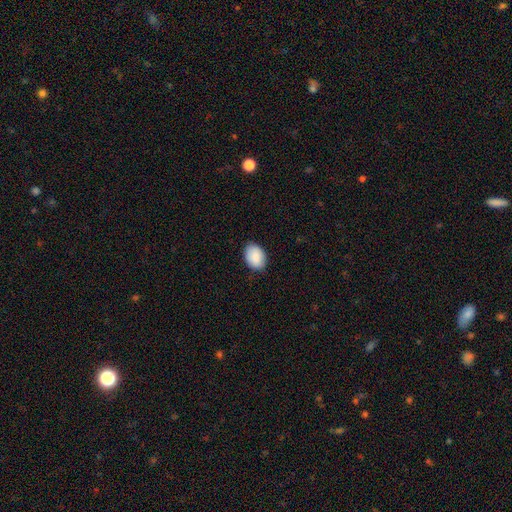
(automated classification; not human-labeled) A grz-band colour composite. It shows a smooth galaxy with no disk features (89%) that is in between round and cigar-shaped (83%). Merging: none (85%).